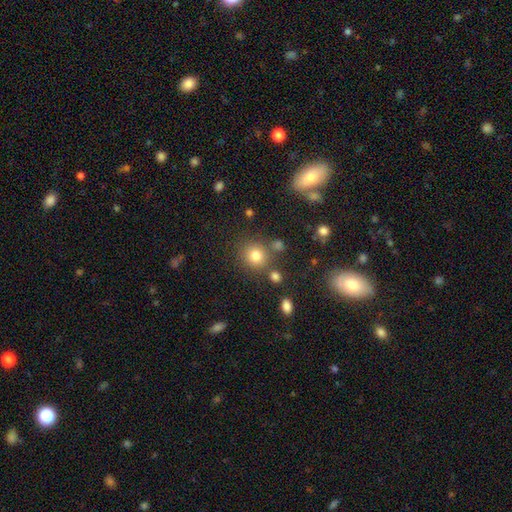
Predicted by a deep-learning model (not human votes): Smooth or featured?
  - smooth: 79% *
  - star or artifact: 14%
  - featured or disk: 7%
How rounded?
  - round: 88% *
  - in between: 11%
  - cigar-shaped: 1%
Merging?
  - none: 78% *
  - minor disturbance: 10%
  - merger: 9%
  - major disturbance: 4%